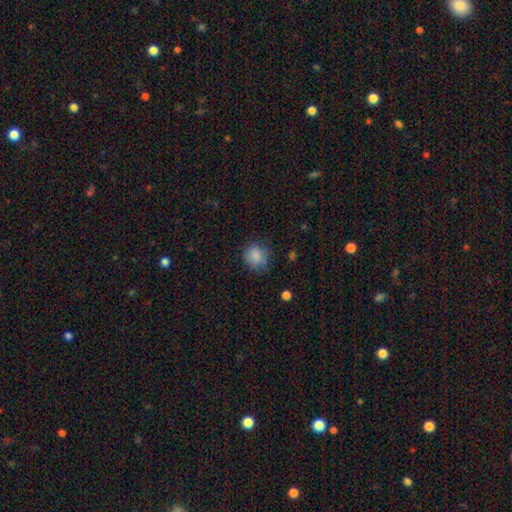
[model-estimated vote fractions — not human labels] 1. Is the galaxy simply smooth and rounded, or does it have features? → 84% smooth, 9% star or artifact, 6% featured or disk.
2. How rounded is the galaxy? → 79% round, 20% in between, 1% cigar-shaped.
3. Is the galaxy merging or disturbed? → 71% none, 22% minor disturbance, 6% major disturbance, 1% merger.